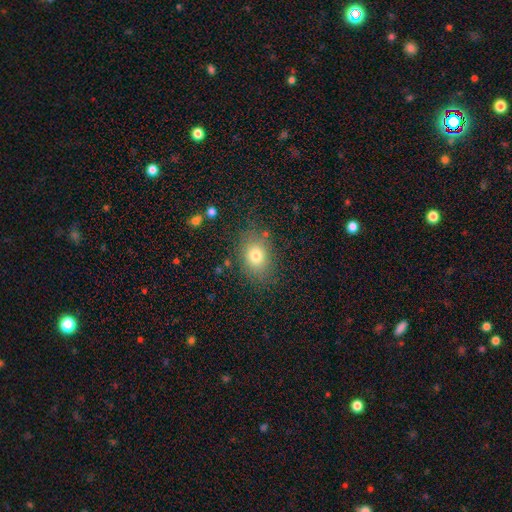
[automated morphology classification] This is likely a smooth galaxy (77%). How rounded: likely in between (61%). Merging: likely none (79%).